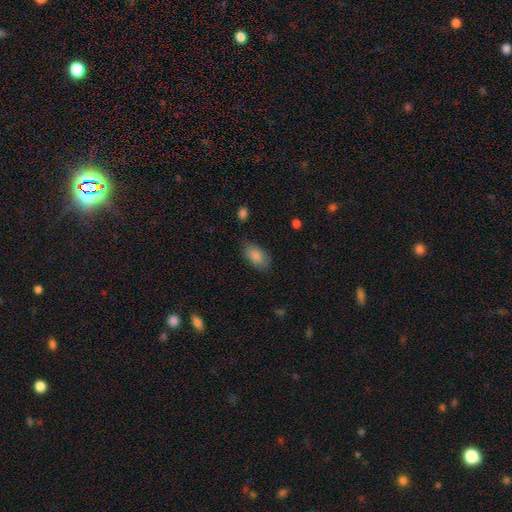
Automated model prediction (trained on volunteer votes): This appears to be a smooth galaxy with no disk features (86%) that is in between round and cigar-shaped (93%). Merging: none (76%).